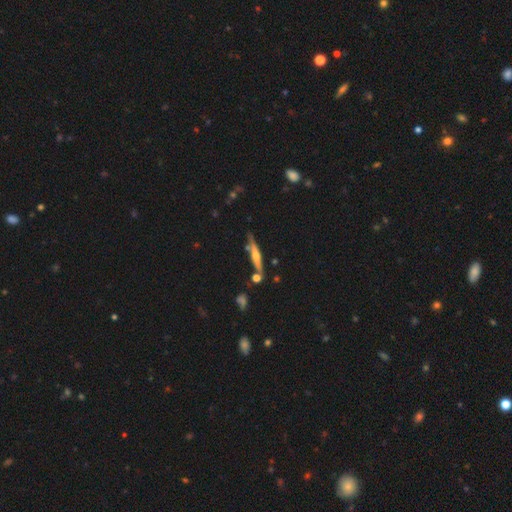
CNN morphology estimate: A featured or disk galaxy (61%) viewed edge-on (92%) with a rounded central bulge (77%). Merging: none (70%).